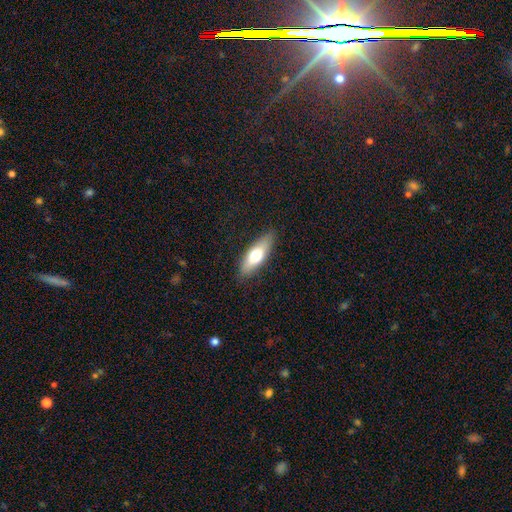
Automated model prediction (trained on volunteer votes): smooth-or-featured: smooth: 63% | featured or disk: 31% | star or artifact: 6%
  how-rounded: in between: 57% | cigar-shaped: 41% | round: 3%
  merging: none: 86% | minor disturbance: 11% | major disturbance: 2% | merger: 1%